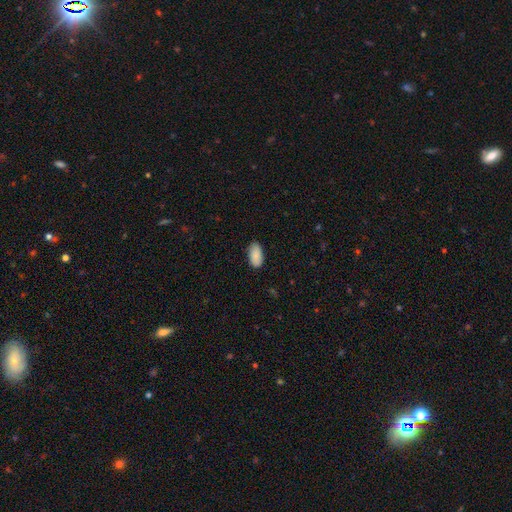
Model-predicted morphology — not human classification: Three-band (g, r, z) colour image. It shows a smooth galaxy with no disk features (89%) that is in between round and cigar-shaped (95%). Merging: none (83%).